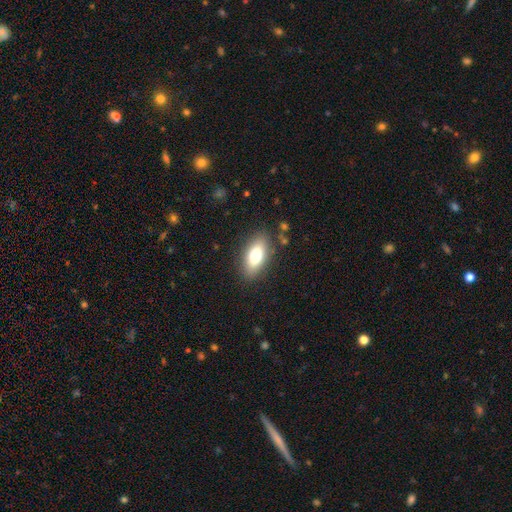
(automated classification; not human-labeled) Smooth or featured?
  - smooth: 76% *
  - featured or disk: 16%
  - star or artifact: 8%
How rounded?
  - in between: 86% *
  - cigar-shaped: 11%
  - round: 3%
Merging?
  - none: 84% *
  - minor disturbance: 11%
  - major disturbance: 3%
  - merger: 2%